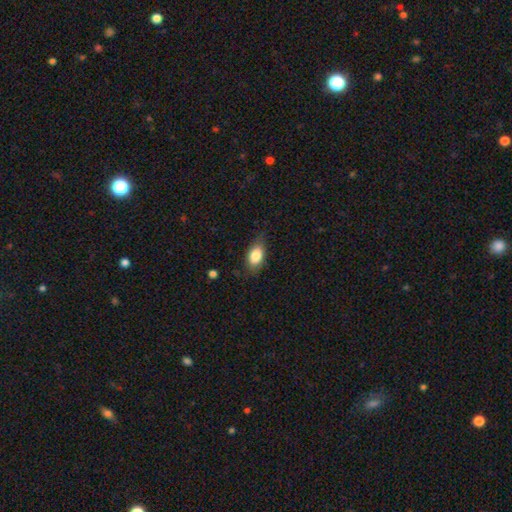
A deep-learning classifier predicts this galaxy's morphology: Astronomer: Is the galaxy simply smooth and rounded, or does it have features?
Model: smooth — 82%.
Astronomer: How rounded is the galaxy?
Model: in between — 87%.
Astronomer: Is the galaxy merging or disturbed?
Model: none — 71%.